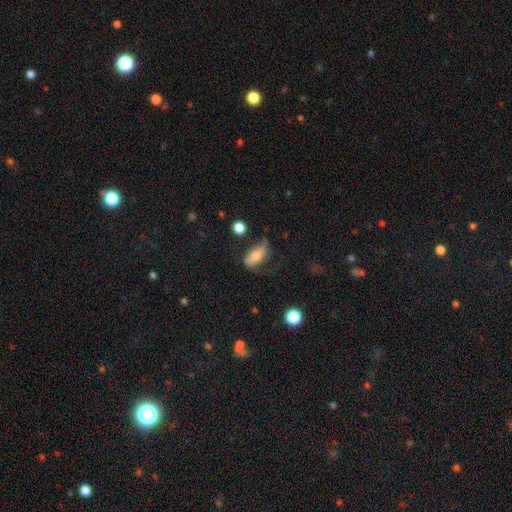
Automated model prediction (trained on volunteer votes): Smooth or featured?
  - smooth: 51% *
  - featured or disk: 40%
  - star or artifact: 9%
How rounded?
  - in between: 80% *
  - cigar-shaped: 14%
  - round: 6%
Merging?
  - none: 47% *
  - minor disturbance: 29%
  - major disturbance: 20%
  - merger: 3%